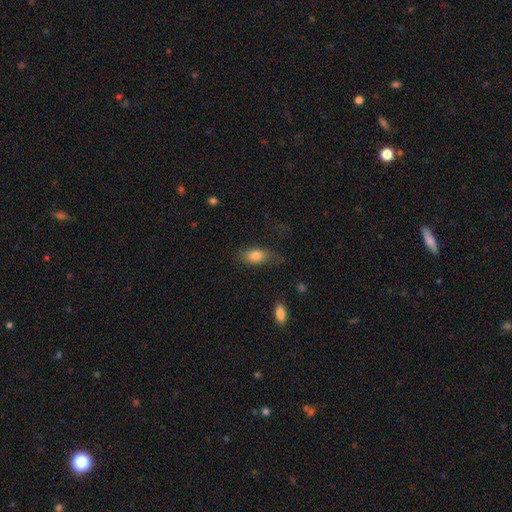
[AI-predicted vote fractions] Smooth or featured?
  - smooth: 81% *
  - featured or disk: 11%
  - star or artifact: 8%
How rounded?
  - in between: 86% *
  - round: 8%
  - cigar-shaped: 6%
Merging?
  - none: 66% *
  - minor disturbance: 22%
  - major disturbance: 10%
  - merger: 2%